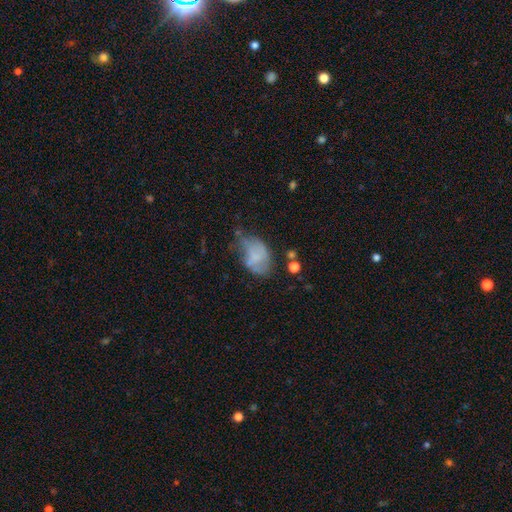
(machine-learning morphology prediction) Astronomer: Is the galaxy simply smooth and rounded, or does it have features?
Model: smooth — 56% (runner-up: featured or disk, 33%).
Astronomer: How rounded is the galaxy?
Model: in between — 85%.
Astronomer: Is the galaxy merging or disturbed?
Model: minor disturbance — 35% (runner-up: none, 29%).